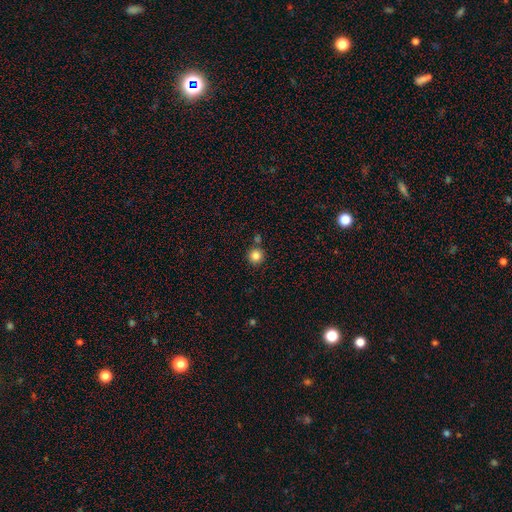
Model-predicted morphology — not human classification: smooth_or_featured: smooth (p=0.84) [alt: star or artifact p=0.11]
how_rounded: round (p=0.94) [alt: in between p=0.05]
merging: none (p=0.80) [alt: merger p=0.10]